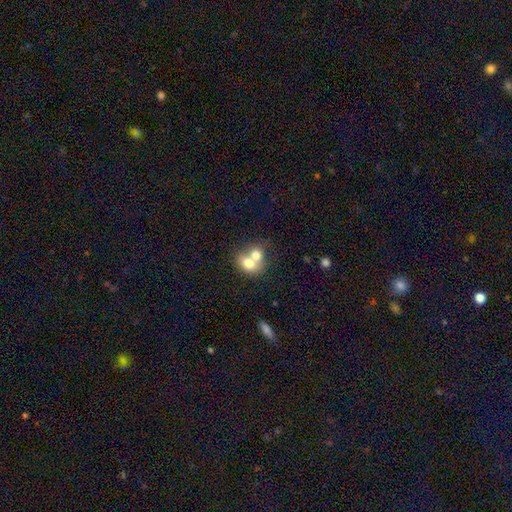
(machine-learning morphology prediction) Overall: smooth (71%). How rounded: round (50%; in between 49%). Merging: merger (70%).